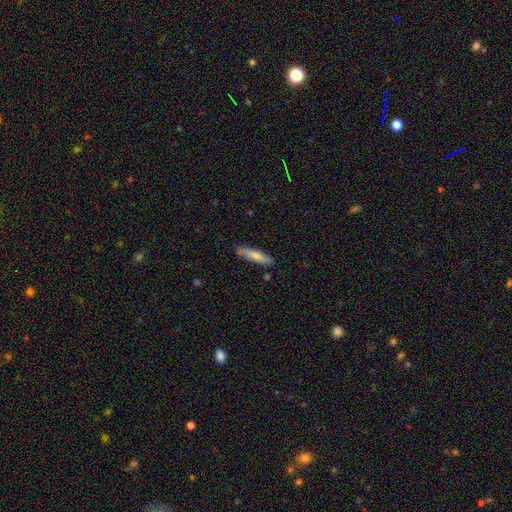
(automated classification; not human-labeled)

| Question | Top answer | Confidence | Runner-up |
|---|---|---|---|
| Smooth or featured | smooth | 69% | featured or disk (25%) |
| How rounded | cigar-shaped | 79% | in between (19%) |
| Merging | none | 81% | minor disturbance (14%) |